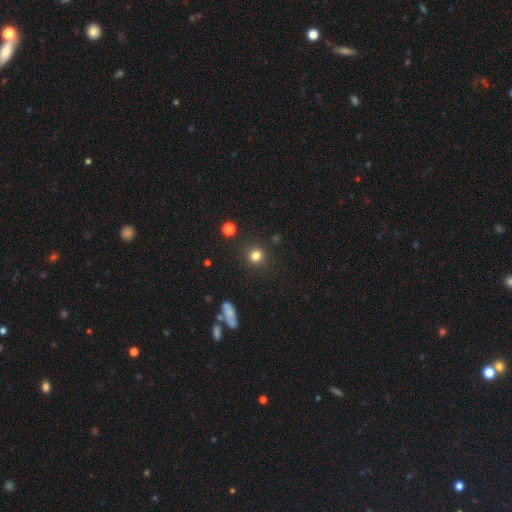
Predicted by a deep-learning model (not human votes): Morphology: type=smooth (81%); roundness=round (88%); merging=none (88%).